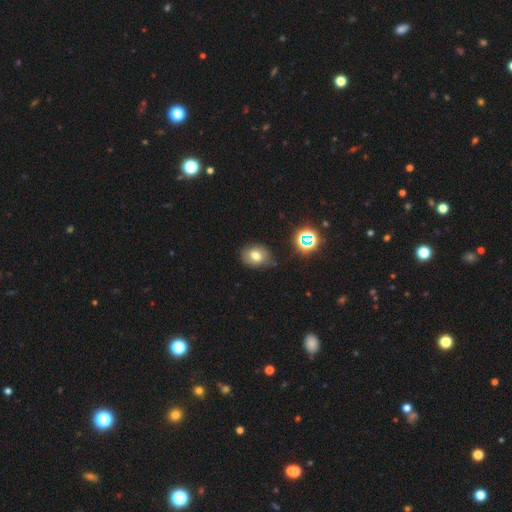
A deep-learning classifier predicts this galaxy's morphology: smooth-or-featured: smooth: 71% | star or artifact: 16% | featured or disk: 14%
  how-rounded: round: 52% | in between: 47% | cigar-shaped: 1%
  merging: none: 70% | minor disturbance: 22% | major disturbance: 5% | merger: 3%